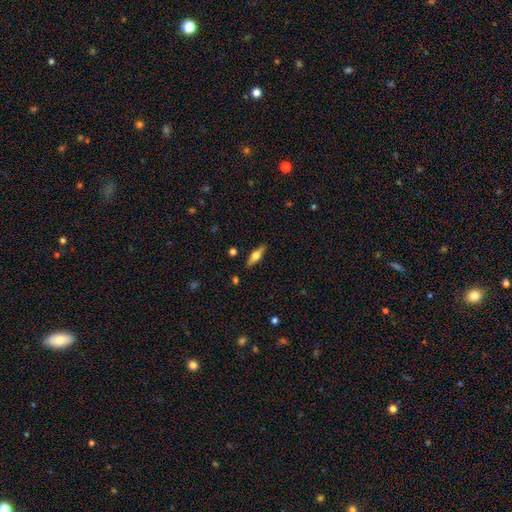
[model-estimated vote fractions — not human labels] featured or disk 56%, smooth 37%, star or artifact 6%. Down the decision tree: edge-on disk — yes (94%); edge-on bulge — rounded (94%); merging — none (88%).